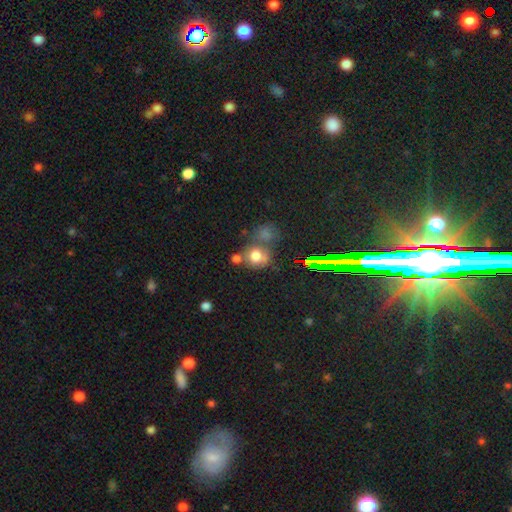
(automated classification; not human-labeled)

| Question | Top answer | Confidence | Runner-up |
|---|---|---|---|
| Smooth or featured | smooth | 66% | star or artifact (20%) |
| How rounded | round | 73% | in between (26%) |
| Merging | none | 43% | merger (35%) |